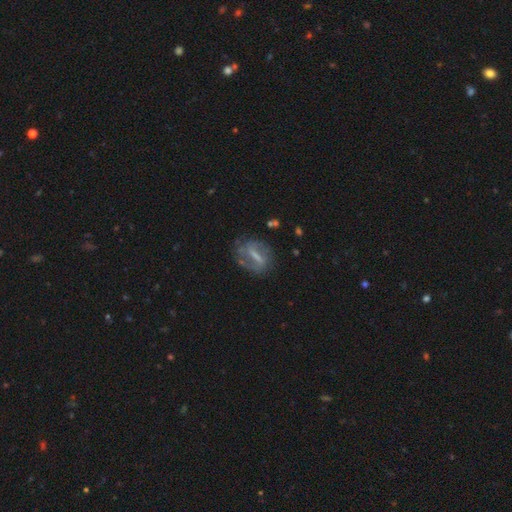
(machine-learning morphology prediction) A featured or disk galaxy (70%) with a strong bar (58%), spiral arms (71%) and no central bulge (38%).

Vote fractions:
- Smooth or featured? featured or disk: 70% / smooth: 22% / star or artifact: 8%
- Edge-on disk? no: 92% / yes: 8%
- Bar? strong: 58% / weak: 32% / no: 10%
- Spiral arms? yes: 71% / no: 29%
- Bulge size? none: 38% / small: 32% / moderate: 24% / large: 5% / dominant: 1%
- Merging? none: 66% / minor disturbance: 20% / major disturbance: 11% / merger: 3%